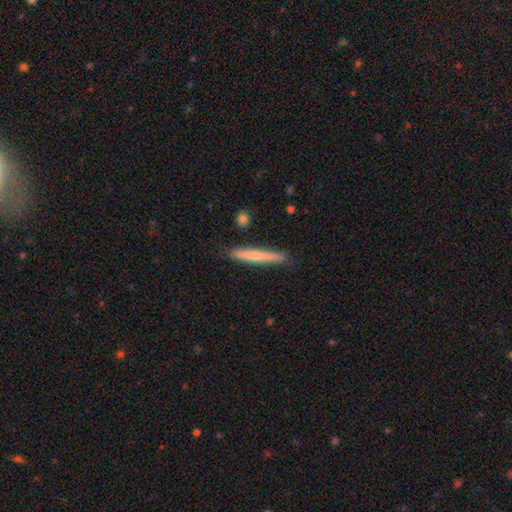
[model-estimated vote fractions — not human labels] Q: Smooth or featured?
A: smooth (64%); runner-up: featured or disk (31%)
Q: How rounded?
A: cigar-shaped (96%); runner-up: in between (3%)
Q: Merging?
A: none (87%); runner-up: minor disturbance (10%)